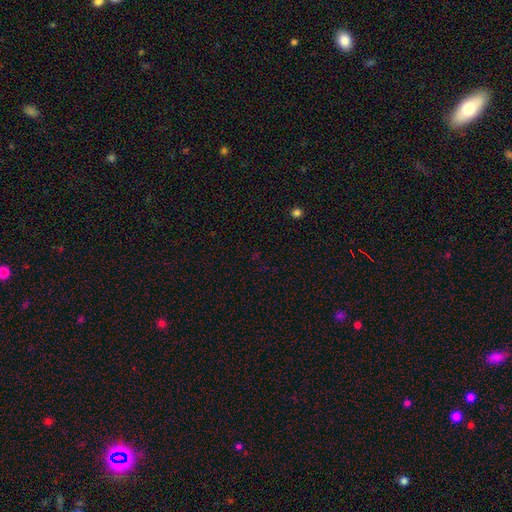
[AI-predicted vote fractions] This appears to be a star or artifact, not a galaxy (63%).